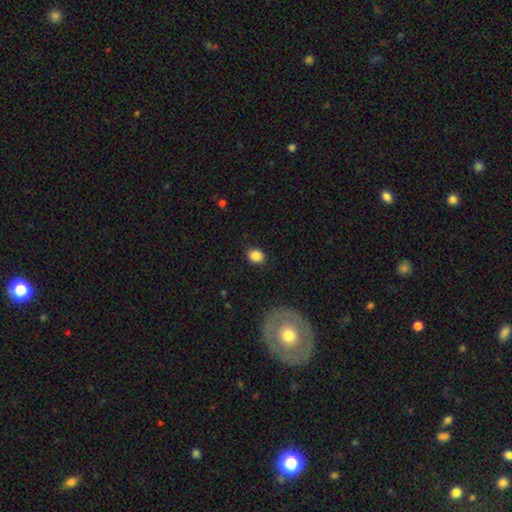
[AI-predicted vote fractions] A smooth galaxy with no disk features (87%) that is round (54%). Merging: none (86%).